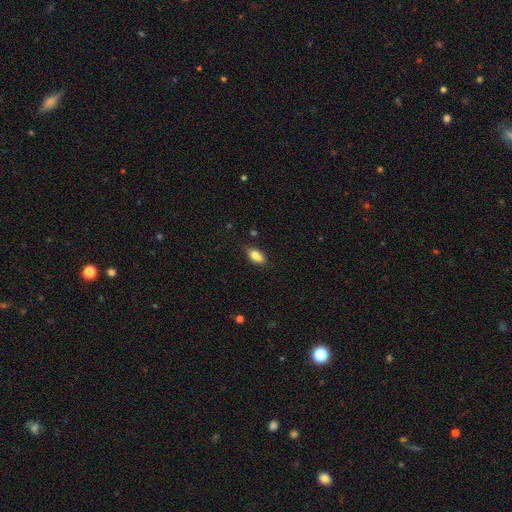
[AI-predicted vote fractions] Smooth or featured?
  - smooth: 81% *
  - featured or disk: 10%
  - star or artifact: 9%
How rounded?
  - in between: 87% *
  - cigar-shaped: 6%
  - round: 6%
Merging?
  - none: 65% *
  - minor disturbance: 20%
  - merger: 11%
  - major disturbance: 4%